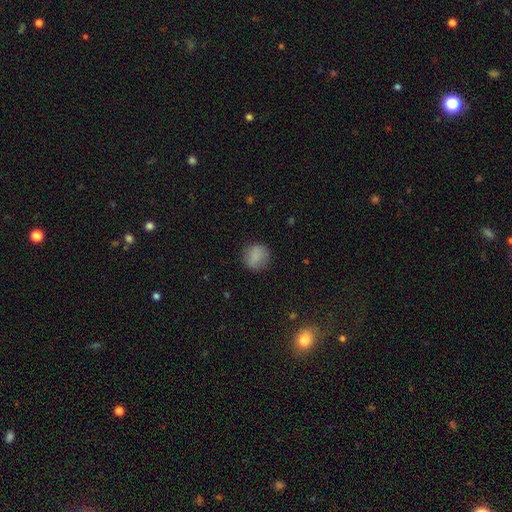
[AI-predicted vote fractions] Morphology: type=smooth (83%); roundness=round (83%); merging=none (83%).